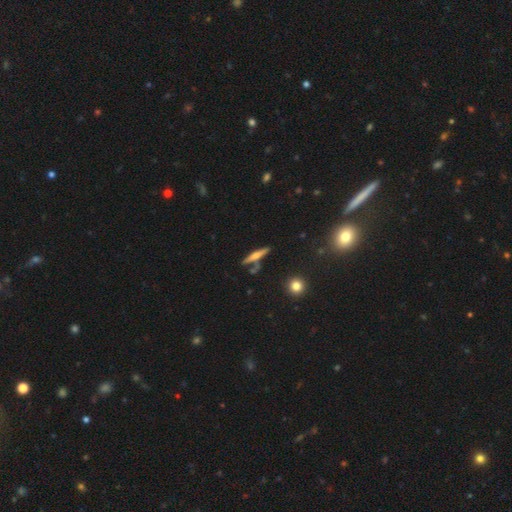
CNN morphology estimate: Smooth or featured? Predicted: featured or disk (p=0.57). Edge-on disk? Predicted: yes (p=0.96). Edge-on bulge? Predicted: rounded (p=0.81). Merging? Predicted: none (p=0.77).